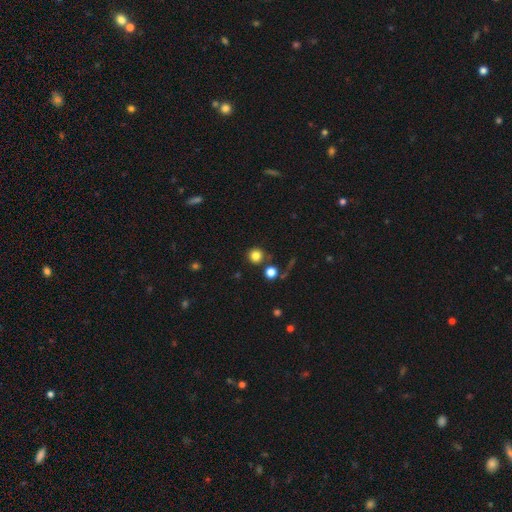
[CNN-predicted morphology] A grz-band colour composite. It shows a smooth galaxy with no disk features (82%) that is round (93%). Merging: none (81%).